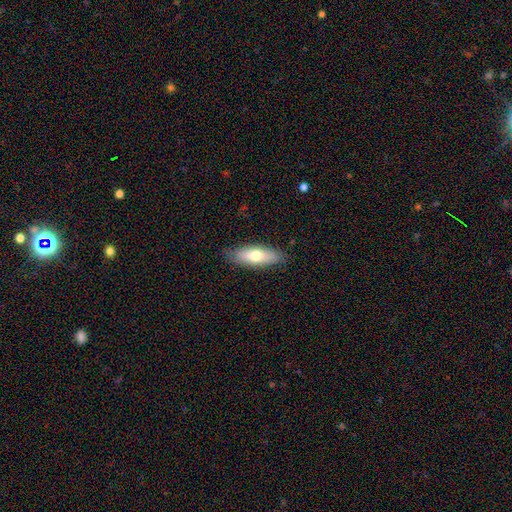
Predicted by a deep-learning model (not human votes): smooth-or-featured: smooth: 68% | featured or disk: 26% | star or artifact: 6%
  how-rounded: in between: 63% | cigar-shaped: 35% | round: 2%
  merging: none: 84% | minor disturbance: 12% | major disturbance: 2% | merger: 1%